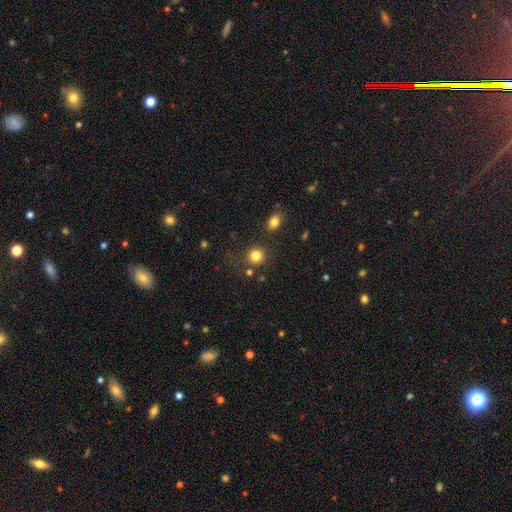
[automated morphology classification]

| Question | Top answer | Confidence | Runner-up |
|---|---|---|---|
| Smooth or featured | smooth | 82% | star or artifact (12%) |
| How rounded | round | 91% | in between (8%) |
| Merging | none | 81% | minor disturbance (9%) |